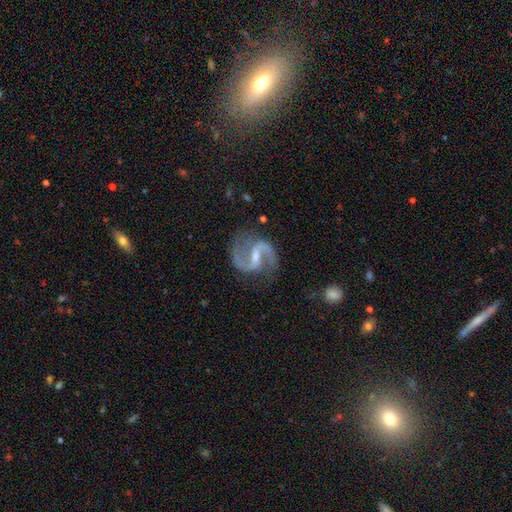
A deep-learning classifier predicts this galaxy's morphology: Smooth or featured? featured or disk (93%)
Edge-on disk? no (98%)
Bar? strong (44%, tied with weak)
Spiral arms? yes (98%)
Spiral winding? medium (55%)
Spiral arm count? 2 (94%)
Bulge size? small (59%)
Merging? none (79%)